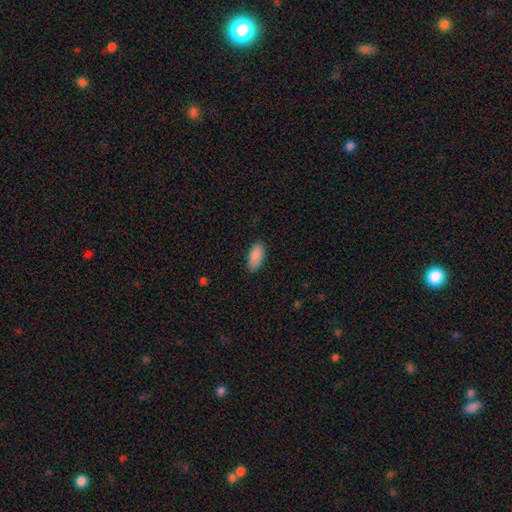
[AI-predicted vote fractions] This appears to be a smooth galaxy with no disk features (90%) that is in between round and cigar-shaped (88%). Merging: none (87%).